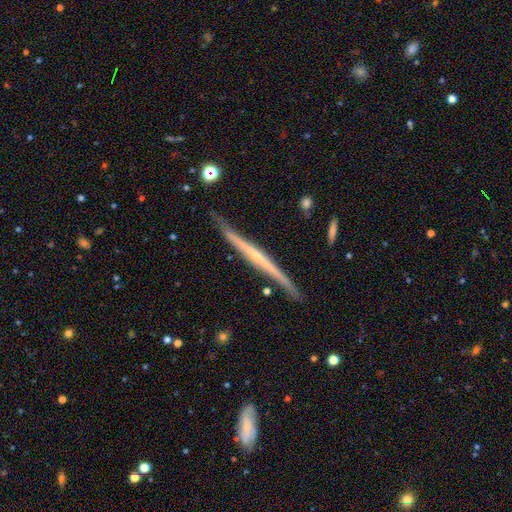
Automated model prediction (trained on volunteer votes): Smooth or featured?
  - featured or disk: 76% *
  - smooth: 19%
  - star or artifact: 6%
Edge-on disk?
  - yes: 97% *
  - no: 3%
Edge-on bulge?
  - none: 62% *
  - rounded: 31%
  - boxy: 7%
Merging?
  - none: 83% *
  - minor disturbance: 13%
  - major disturbance: 2%
  - merger: 2%